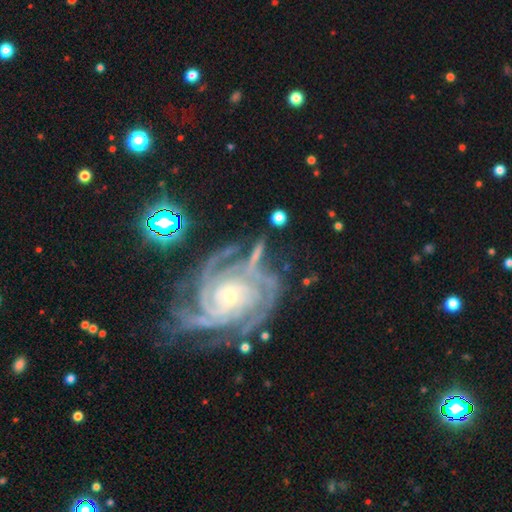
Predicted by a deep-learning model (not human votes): smooth_or_featured: featured or disk (p=0.67) [alt: smooth p=0.24]
disk_edge_on: no (p=0.92) [alt: yes p=0.08]
bar: no (p=0.56) [alt: weak p=0.28]
has_spiral_arms: yes (p=0.89) [alt: no p=0.11]
spiral_winding: tight (p=0.64) [alt: medium p=0.26]
spiral_arm_count: can't tell (p=0.25) [alt: 2 p=0.24]
bulge_size: small (p=0.63) [alt: moderate p=0.26]
merging: none (p=0.56) [alt: merger p=0.17]